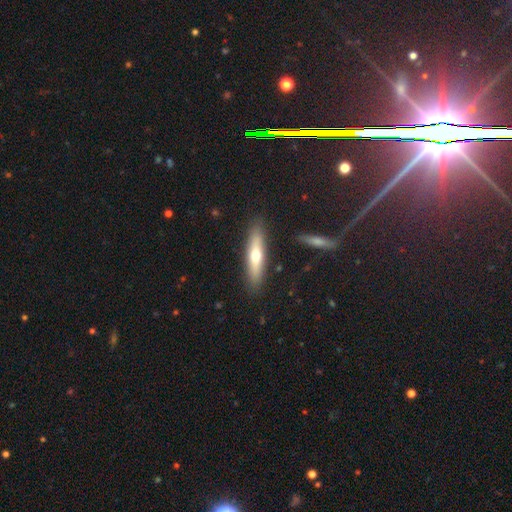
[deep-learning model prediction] A smooth galaxy with no disk features (54%) that is cigar-shaped (79%). Merging: none (87%).